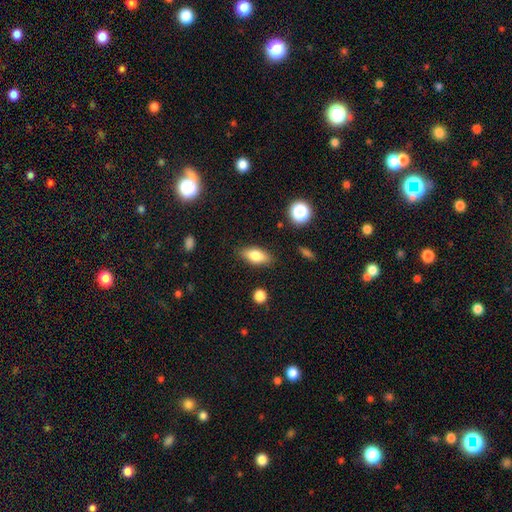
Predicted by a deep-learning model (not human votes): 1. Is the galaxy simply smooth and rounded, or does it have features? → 76% smooth, 16% featured or disk, 8% star or artifact.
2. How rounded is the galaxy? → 83% in between, 13% cigar-shaped, 4% round.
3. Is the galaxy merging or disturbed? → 85% none, 11% minor disturbance, 3% major disturbance, 2% merger.